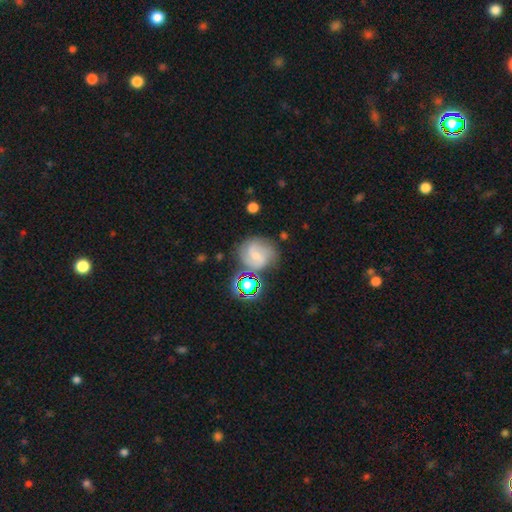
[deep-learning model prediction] This is likely a featured or disk galaxy (66%). It is clearly not viewed edge-on (97%). Bar: possibly weak (46%). Spiral arm pattern: clearly yes (93%). Spiral arm count: marginally 2 (45%). Spiral winding: possibly medium (45%). Central bulge: likely small (63%). Merging: likely none (65%).